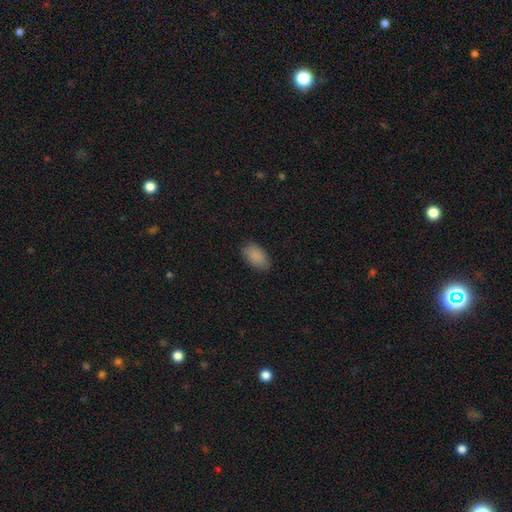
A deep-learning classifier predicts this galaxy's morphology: This appears to be a smooth galaxy with no disk features (88%) that is in between round and cigar-shaped (94%). Merging: none (83%).